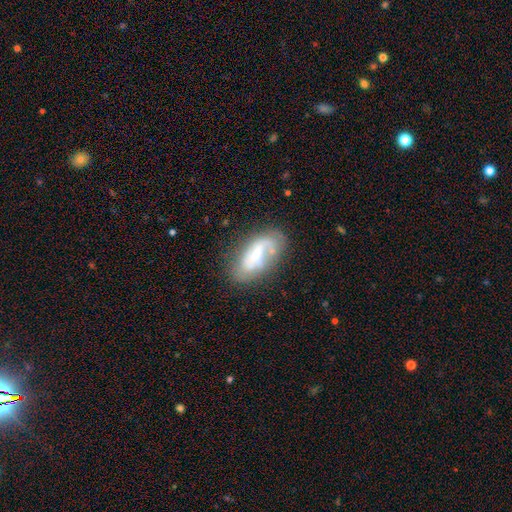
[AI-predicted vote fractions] Smooth or featured?
  - featured or disk: 59% *
  - smooth: 33%
  - star or artifact: 8%
Edge-on disk?
  - no: 92% *
  - yes: 8%
Bar?
  - weak: 41% *
  - no: 35%
  - strong: 25%
Spiral arms?
  - yes: 68% *
  - no: 32%
Bulge size?
  - small: 41% *
  - moderate: 34%
  - none: 16%
  - large: 7%
  - dominant: 2%
Merging?
  - none: 56% *
  - minor disturbance: 24%
  - major disturbance: 15%
  - merger: 5%